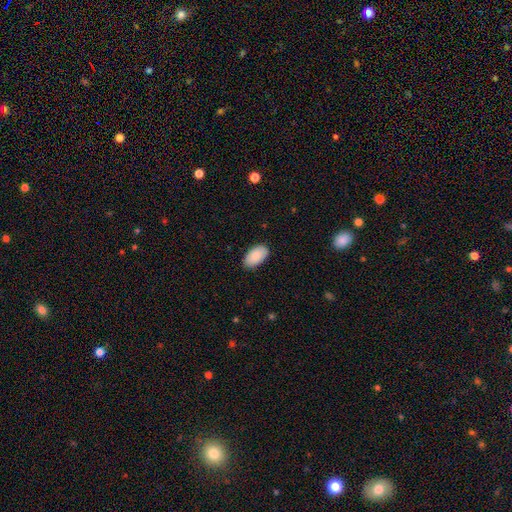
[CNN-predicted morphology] Smooth or featured? smooth (88%)
How rounded? in between (96%)
Merging? none (86%)